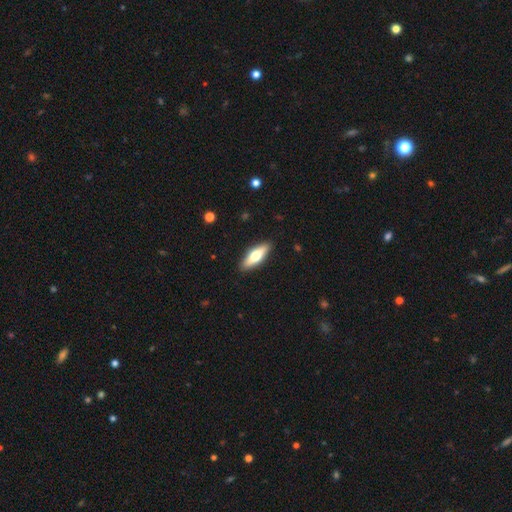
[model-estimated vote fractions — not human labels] smooth_or_featured: smooth (p=0.56) [alt: featured or disk p=0.39]
how_rounded: in between (p=0.51) [alt: cigar-shaped p=0.47]
merging: none (p=0.90) [alt: minor disturbance p=0.08]